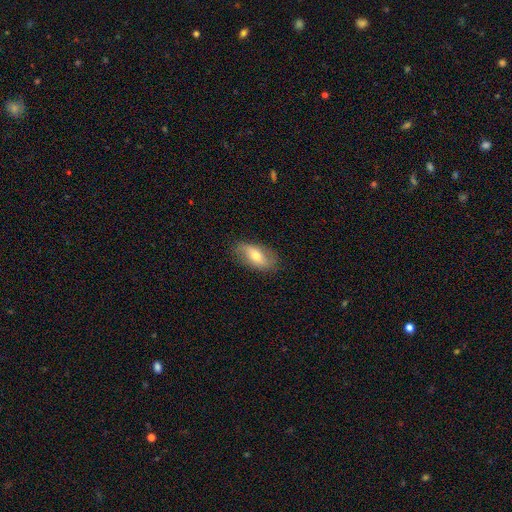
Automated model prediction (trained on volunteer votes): smooth_or_featured: smooth (p=0.53) [alt: featured or disk p=0.40]
how_rounded: in between (p=0.86) [alt: cigar-shaped p=0.09]
merging: none (p=0.82) [alt: minor disturbance p=0.14]